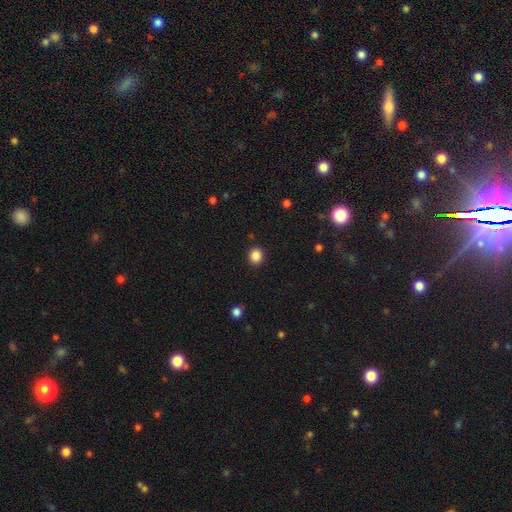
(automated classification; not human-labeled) Smooth or featured? Predicted: smooth (p=0.86). How rounded? Predicted: round (p=0.84). Merging? Predicted: none (p=0.91).